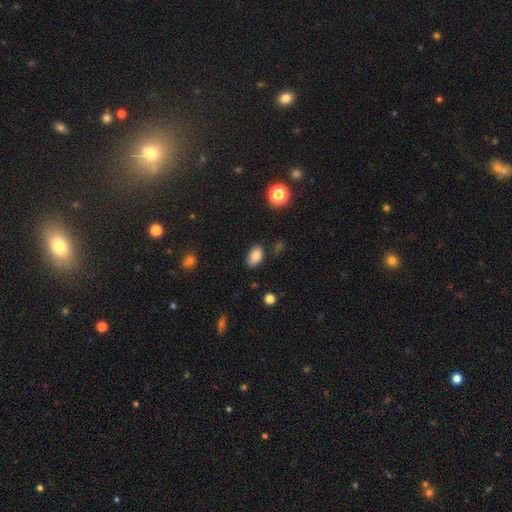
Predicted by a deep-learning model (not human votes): This is clearly a smooth galaxy (85%). How rounded: clearly in between (90%). Merging: clearly none (81%).